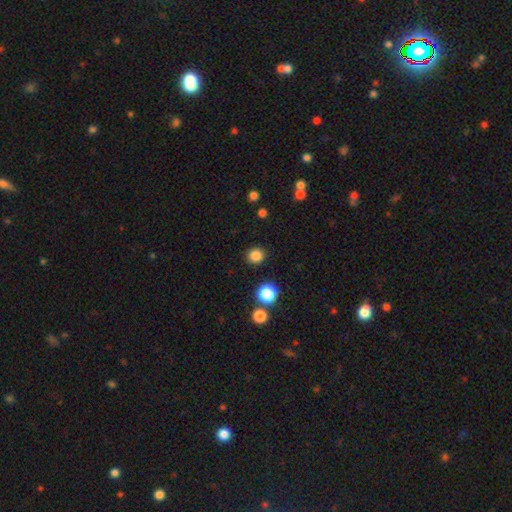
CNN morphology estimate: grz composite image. It shows a smooth galaxy with no disk features (84%) that is round (89%). Merging: none (90%).